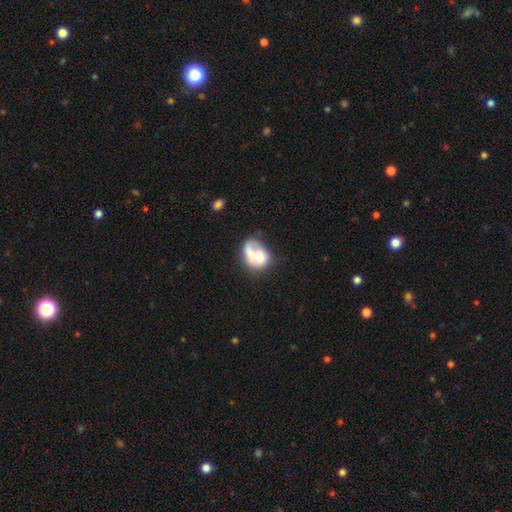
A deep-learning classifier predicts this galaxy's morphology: A smooth galaxy with no disk features (55%) that is in between round and cigar-shaped (68%).

Vote fractions:
- Smooth or featured? smooth: 55% / featured or disk: 37% / star or artifact: 8%
- How rounded? in between: 68% / round: 31% / cigar-shaped: 1%
- Merging? none: 31% / major disturbance: 27% / minor disturbance: 23% / merger: 19%